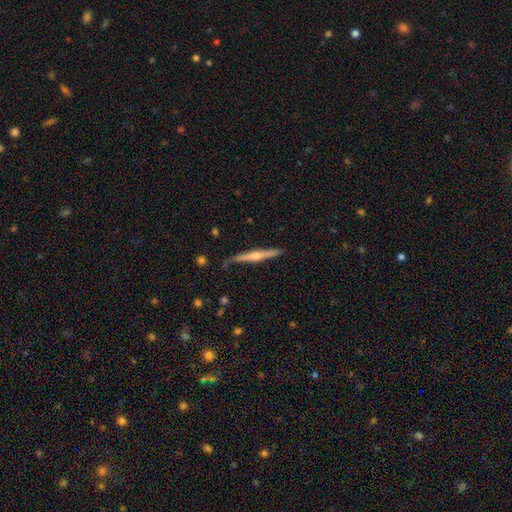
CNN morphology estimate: Smooth or featured: featured or disk — 75% (smooth — 19%)
Edge-on disk: yes — 97% (no — 3%)
Edge-on bulge: rounded — 85% (none — 10%)
Merging: none — 83% (minor disturbance — 13%)